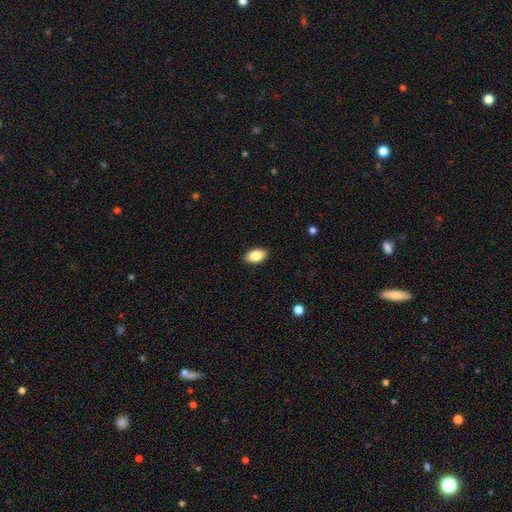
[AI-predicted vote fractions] Q: Smooth or featured?
A: smooth (85%); runner-up: featured or disk (8%)
Q: How rounded?
A: in between (93%); runner-up: round (6%)
Q: Merging?
A: none (90%); runner-up: minor disturbance (7%)